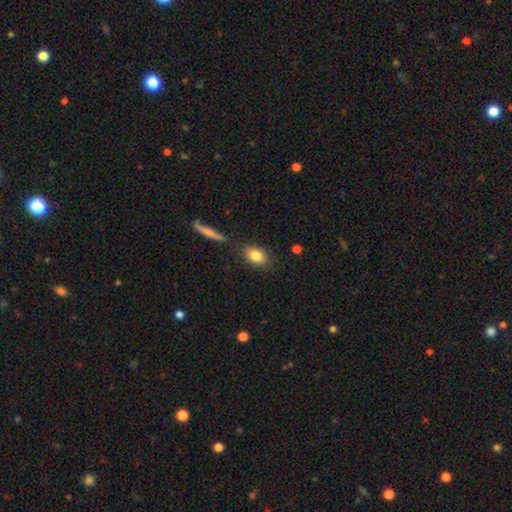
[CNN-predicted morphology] This appears to be a smooth galaxy with no disk features (82%) that is in between round and cigar-shaped (73%). Merging: none (80%).